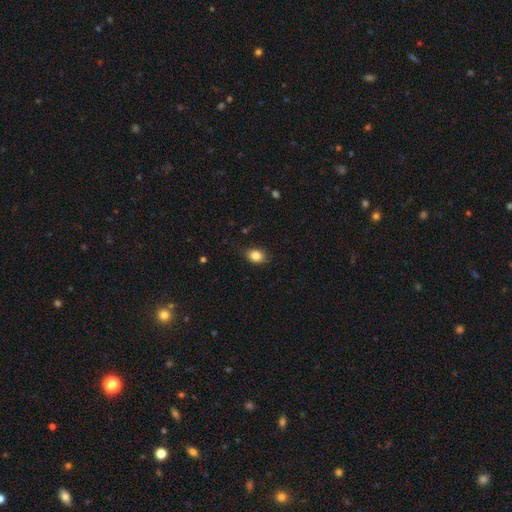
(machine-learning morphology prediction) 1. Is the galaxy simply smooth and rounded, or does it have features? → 85% smooth, 9% star or artifact, 6% featured or disk.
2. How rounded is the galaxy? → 69% in between, 30% round, 1% cigar-shaped.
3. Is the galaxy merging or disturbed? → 83% none, 13% minor disturbance, 3% major disturbance, 1% merger.